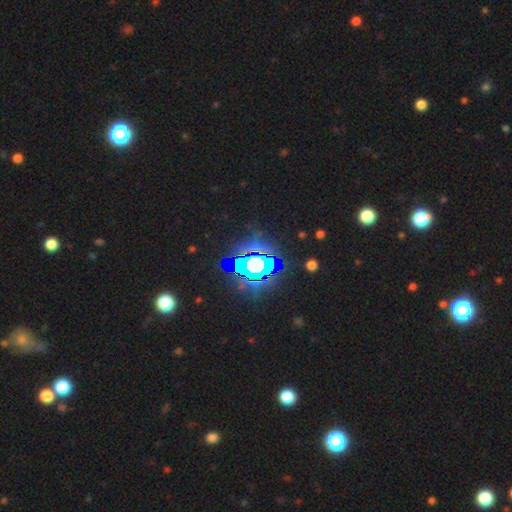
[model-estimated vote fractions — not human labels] star or artifact 71%, featured or disk 14%, smooth 14%.